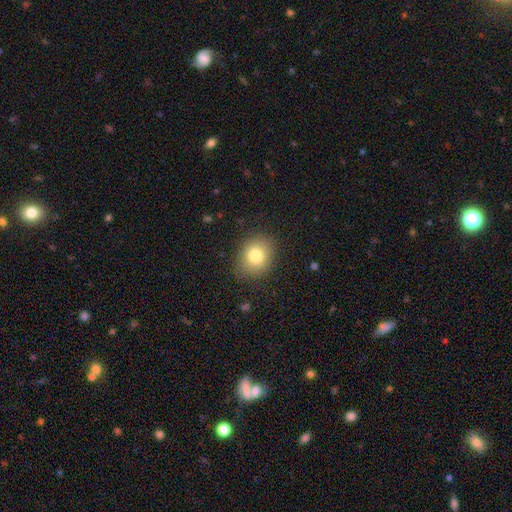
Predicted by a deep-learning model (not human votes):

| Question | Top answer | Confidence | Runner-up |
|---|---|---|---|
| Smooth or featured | smooth | 80% | featured or disk (10%) |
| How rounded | round | 53% | in between (46%) |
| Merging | none | 83% | minor disturbance (12%) |